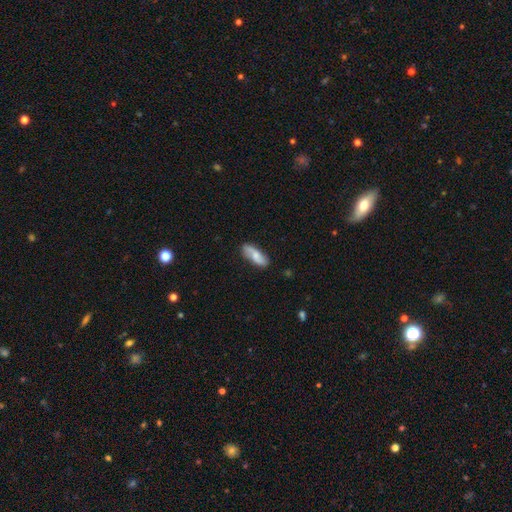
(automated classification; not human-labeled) smooth_or_featured: smooth (p=0.60) [alt: featured or disk p=0.34]
how_rounded: in between (p=0.69) [alt: cigar-shaped p=0.28]
merging: none (p=0.76) [alt: minor disturbance p=0.19]